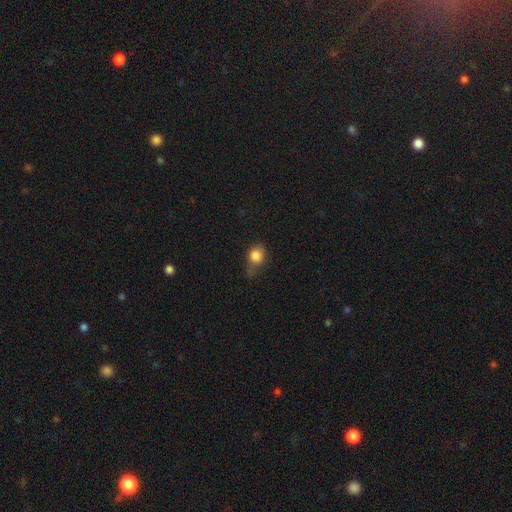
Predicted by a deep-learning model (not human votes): Smooth or featured? Predicted: smooth (p=0.83). How rounded? Predicted: round (p=0.60). Merging? Predicted: none (p=0.47).